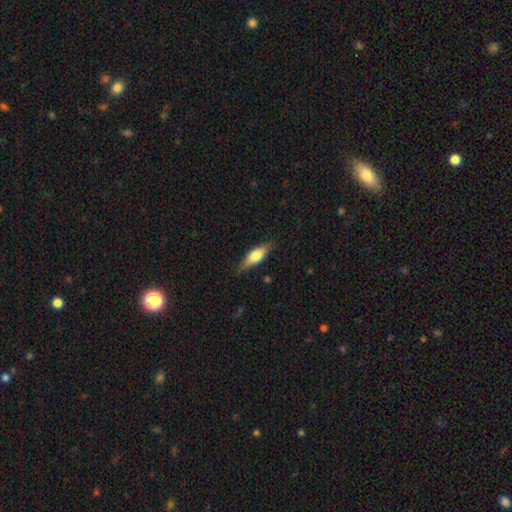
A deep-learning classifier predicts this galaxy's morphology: smooth-or-featured: smooth: 56% | featured or disk: 38% | star or artifact: 6%
  how-rounded: in between: 55% | cigar-shaped: 42% | round: 3%
  merging: none: 82% | minor disturbance: 14% | major disturbance: 3% | merger: 1%